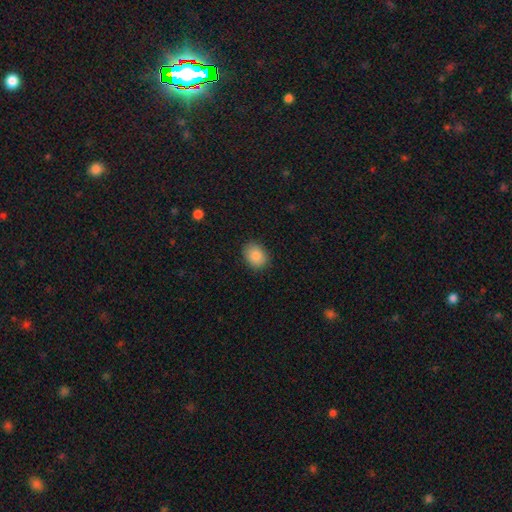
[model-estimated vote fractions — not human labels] smooth_or_featured: smooth (p=0.87) [alt: star or artifact p=0.08]
how_rounded: in between (p=0.57) [alt: round p=0.43]
merging: none (p=0.86) [alt: minor disturbance p=0.10]